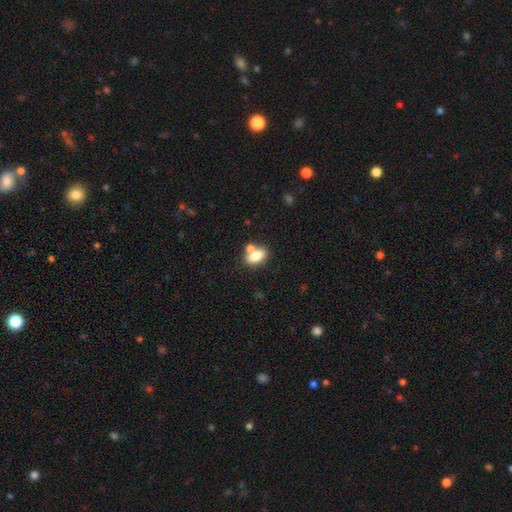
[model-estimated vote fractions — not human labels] Smooth or featured?
  - smooth: 76% *
  - featured or disk: 16%
  - star or artifact: 9%
How rounded?
  - in between: 84% *
  - round: 11%
  - cigar-shaped: 5%
Merging?
  - none: 52% *
  - merger: 33%
  - minor disturbance: 11%
  - major disturbance: 4%